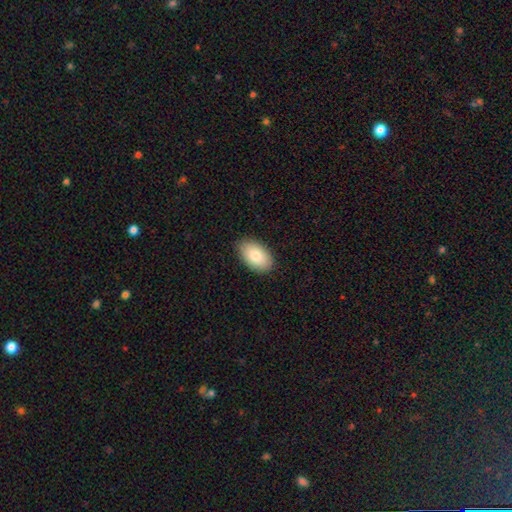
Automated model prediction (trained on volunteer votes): Overall: smooth (84%). How rounded: in between (95%). Merging: none (87%).